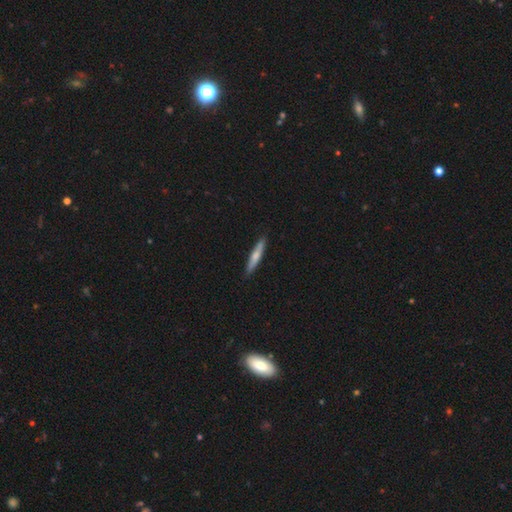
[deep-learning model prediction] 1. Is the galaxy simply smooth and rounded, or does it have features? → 64% smooth, 31% featured or disk, 5% star or artifact.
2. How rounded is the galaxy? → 92% cigar-shaped, 6% in between, 1% round.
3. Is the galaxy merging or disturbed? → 88% none, 9% minor disturbance, 1% major disturbance, 1% merger.